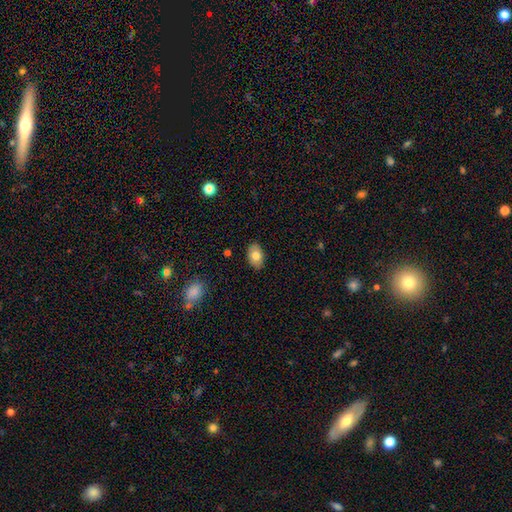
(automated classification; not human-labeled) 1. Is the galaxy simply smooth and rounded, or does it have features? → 77% smooth, 15% featured or disk, 7% star or artifact.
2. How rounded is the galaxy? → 88% in between, 11% round, 1% cigar-shaped.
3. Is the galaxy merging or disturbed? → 86% none, 11% minor disturbance, 2% major disturbance, 1% merger.